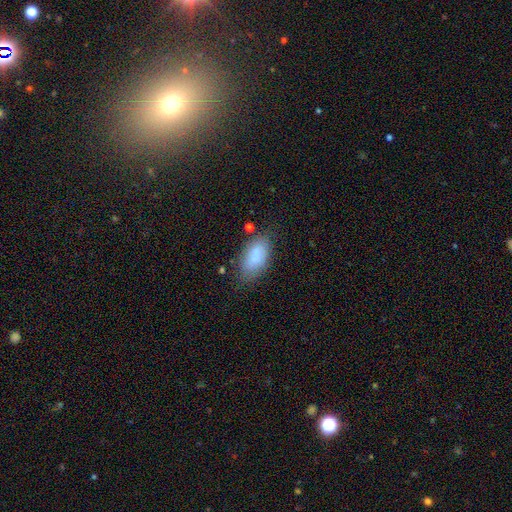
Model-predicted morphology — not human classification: smooth-or-featured: smooth: 84% | featured or disk: 9% | star or artifact: 7%
  how-rounded: in between: 92% | cigar-shaped: 5% | round: 3%
  merging: none: 70% | minor disturbance: 21% | major disturbance: 6% | merger: 3%